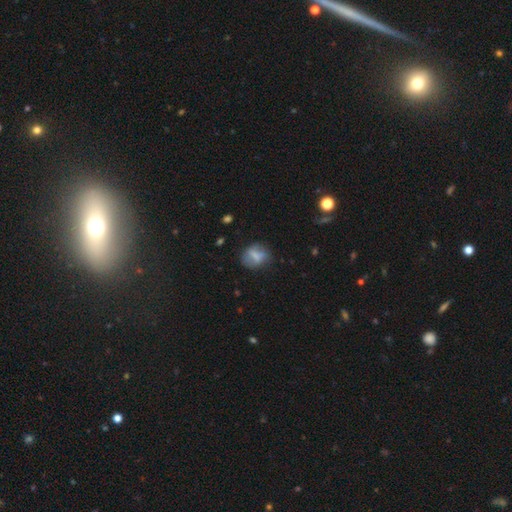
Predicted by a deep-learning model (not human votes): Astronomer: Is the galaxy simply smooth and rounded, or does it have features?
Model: smooth — 63%.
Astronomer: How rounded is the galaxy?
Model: round — 50% (runner-up: in between, 47%).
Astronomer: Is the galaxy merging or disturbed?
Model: none — 61%.